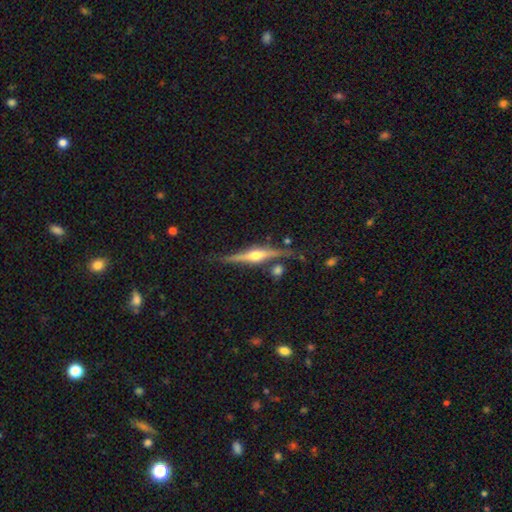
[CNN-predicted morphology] This is likely a featured or disk galaxy (79%). It is clearly viewed edge-on (97%). Edge-on bulge: clearly rounded (93%). Merging: likely none (80%).